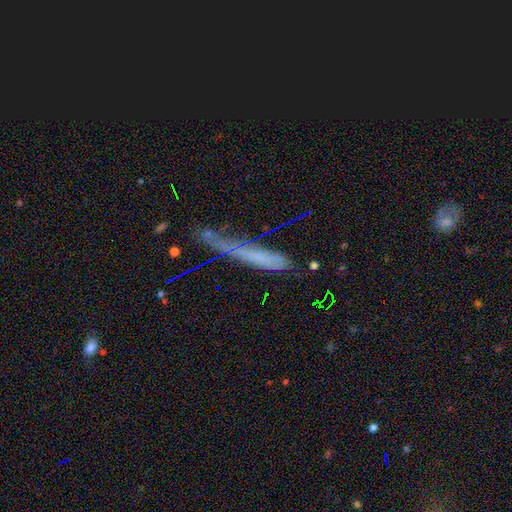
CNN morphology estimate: smooth 44%, featured or disk 40%, star or artifact 16%. Down the decision tree: merging — none (43%).